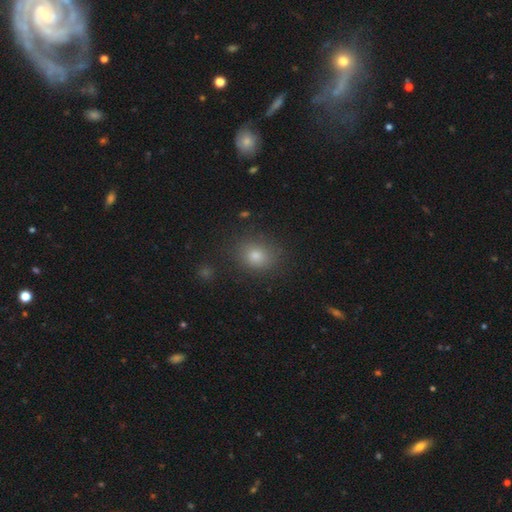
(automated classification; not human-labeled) Smooth or featured: smooth — 76% (star or artifact — 16%)
How rounded: round — 59% (in between — 40%)
Merging: none — 84% (minor disturbance — 11%)